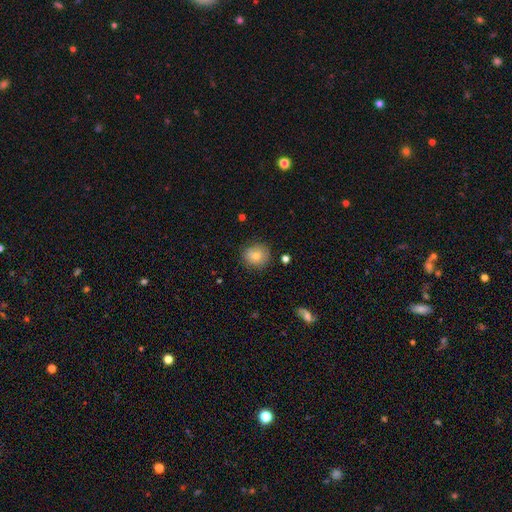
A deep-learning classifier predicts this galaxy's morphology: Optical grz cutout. It shows a smooth galaxy with no disk features (76%) that is round (89%). Merging: none (83%).